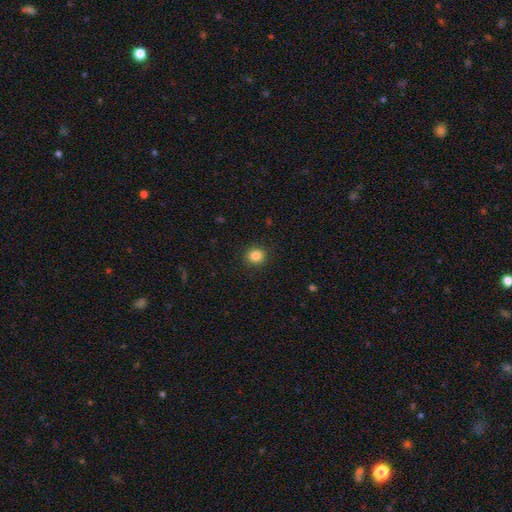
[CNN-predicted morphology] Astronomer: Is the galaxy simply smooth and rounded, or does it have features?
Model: smooth — 85%.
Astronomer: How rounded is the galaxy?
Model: round — 83%.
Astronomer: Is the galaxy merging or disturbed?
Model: none — 91%.